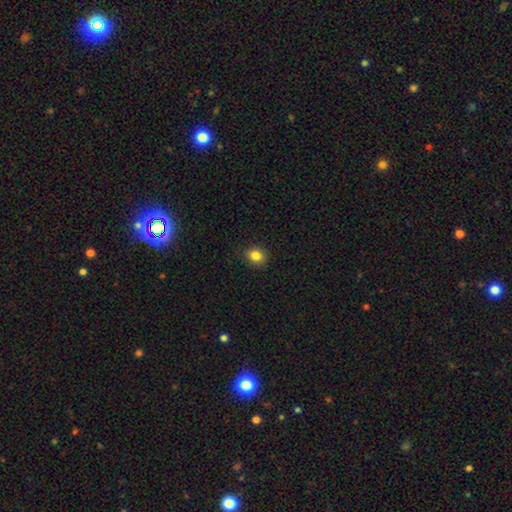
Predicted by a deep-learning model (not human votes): Morphology: type=smooth (84%); roundness=round (71%); merging=none (89%).